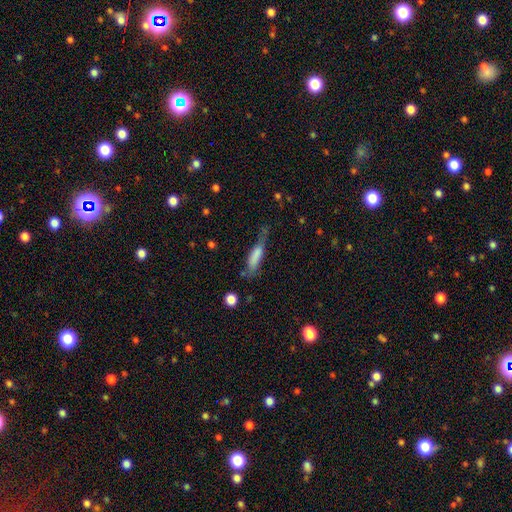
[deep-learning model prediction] Smooth or featured?
  - smooth: 73% *
  - featured or disk: 20%
  - star or artifact: 8%
How rounded?
  - cigar-shaped: 65% *
  - in between: 32%
  - round: 2%
Merging?
  - none: 41% *
  - minor disturbance: 34%
  - major disturbance: 19%
  - merger: 6%